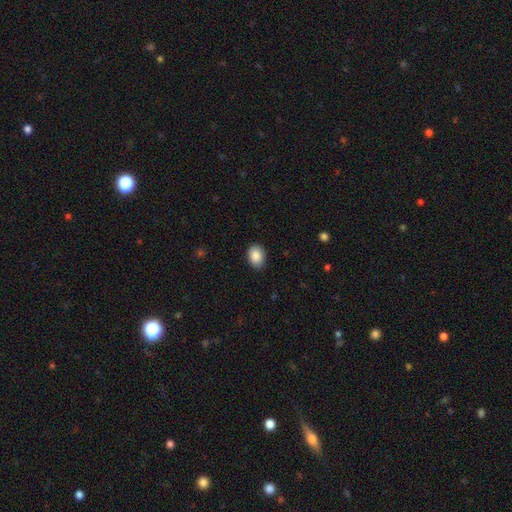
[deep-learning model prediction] smooth-or-featured: smooth: 89% | star or artifact: 7% | featured or disk: 4%
  how-rounded: in between: 75% | round: 24% | cigar-shaped: 1%
  merging: none: 88% | minor disturbance: 10% | major disturbance: 2% | merger: 1%